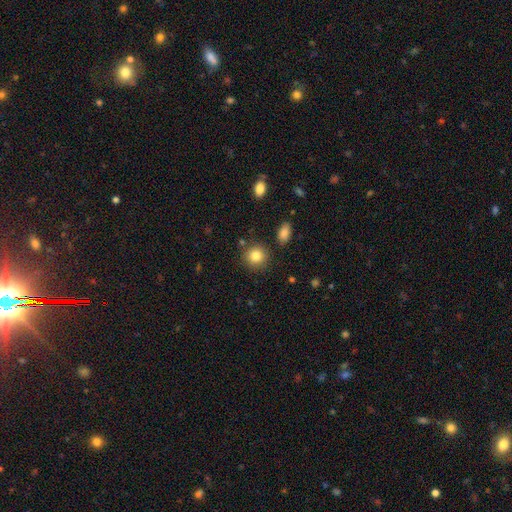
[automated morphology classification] smooth_or_featured: smooth (p=0.84) [alt: star or artifact p=0.09]
how_rounded: round (p=0.89) [alt: in between p=0.10]
merging: none (p=0.85) [alt: minor disturbance p=0.08]